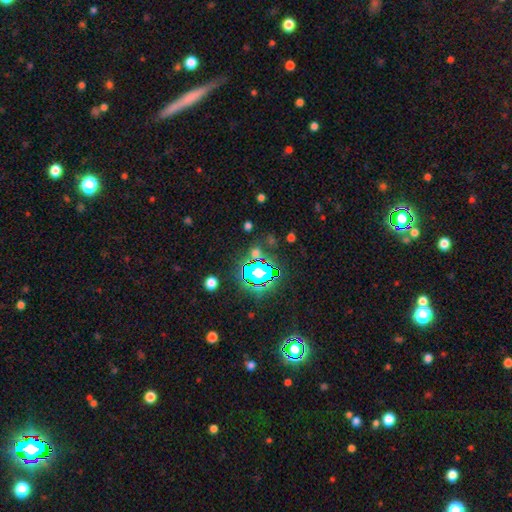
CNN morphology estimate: This appears to be a star or artifact, not a galaxy (71%).